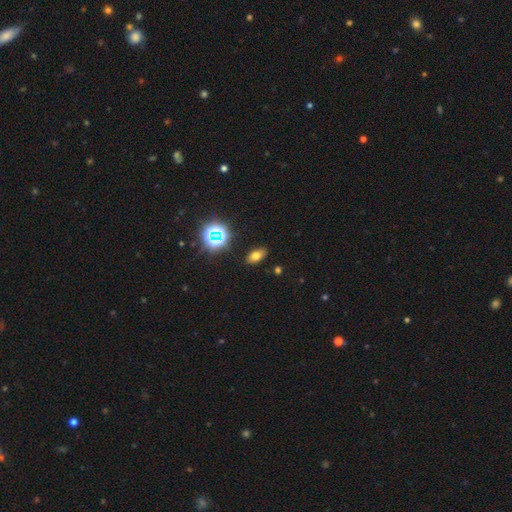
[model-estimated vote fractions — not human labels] smooth-or-featured: smooth: 65% | star or artifact: 22% | featured or disk: 13%
  how-rounded: in between: 86% | round: 10% | cigar-shaped: 5%
  merging: none: 87% | minor disturbance: 9% | major disturbance: 2% | merger: 2%